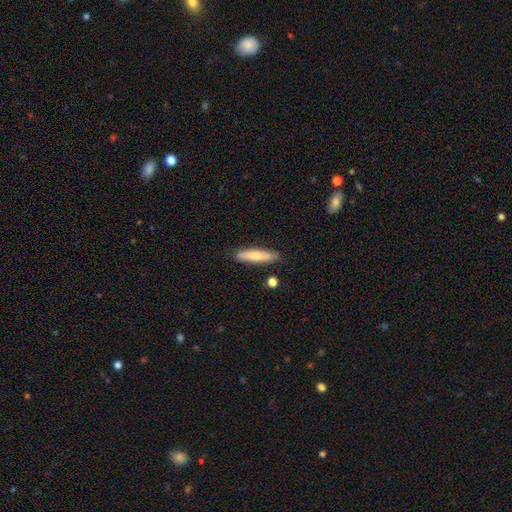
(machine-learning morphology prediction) Q: Smooth or featured?
A: smooth (68%); runner-up: featured or disk (26%)
Q: How rounded?
A: cigar-shaped (82%); runner-up: in between (16%)
Q: Merging?
A: none (84%); runner-up: minor disturbance (11%)